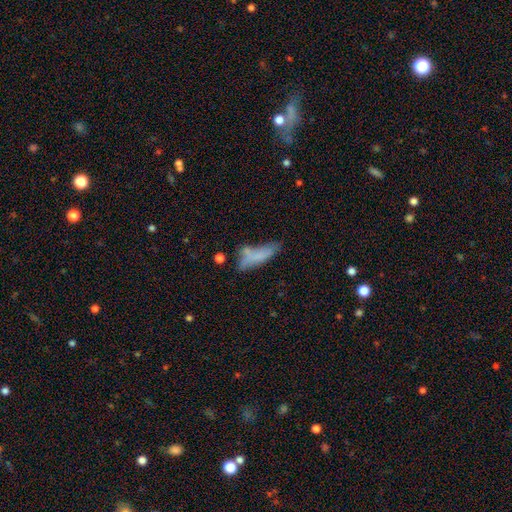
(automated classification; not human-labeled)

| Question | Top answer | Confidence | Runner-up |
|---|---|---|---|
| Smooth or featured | smooth | 64% | featured or disk (25%) |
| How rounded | cigar-shaped | 52% | in between (46%) |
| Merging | none | 36% | minor disturbance (27%) |